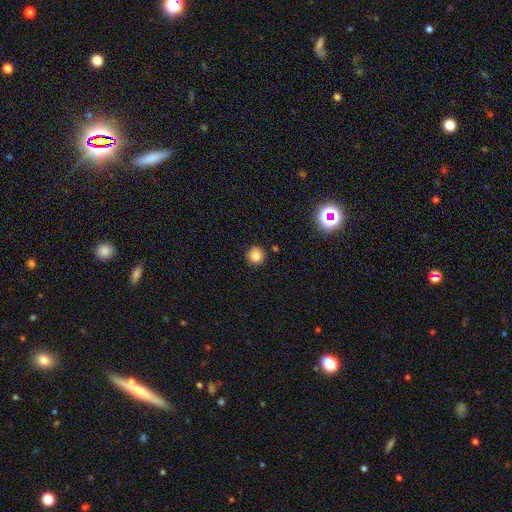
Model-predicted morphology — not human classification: Smooth or featured?
  - smooth: 83% *
  - star or artifact: 12%
  - featured or disk: 4%
How rounded?
  - round: 94% *
  - in between: 5%
  - cigar-shaped: 1%
Merging?
  - none: 90% *
  - minor disturbance: 6%
  - merger: 2%
  - major disturbance: 2%